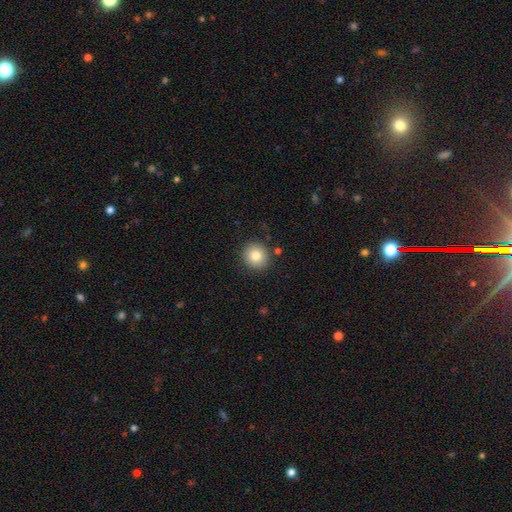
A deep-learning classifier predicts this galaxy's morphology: This appears to be a smooth galaxy with no disk features (82%) that is round (90%). Merging: none (87%).